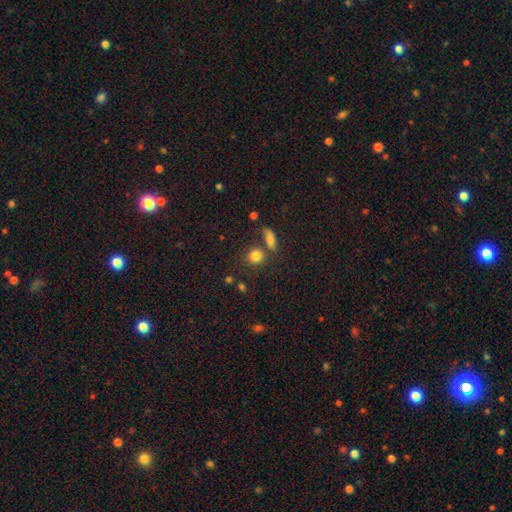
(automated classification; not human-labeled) This is clearly a smooth galaxy (82%). How rounded: likely round (79%). Merging: likely none (66%).